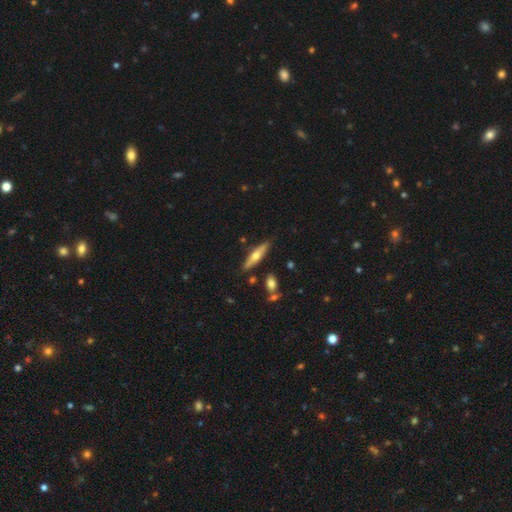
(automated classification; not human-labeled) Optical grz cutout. It shows a featured or disk galaxy (50%). Merging: none (82%).